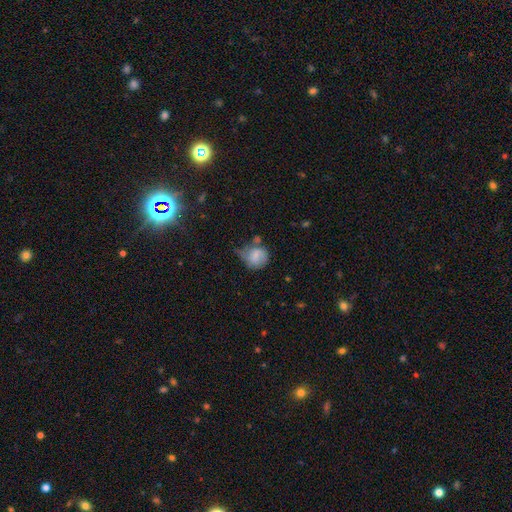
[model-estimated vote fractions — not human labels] Overall: smooth (63%; featured or disk 28%). How rounded: round (73%). Merging: minor disturbance (36%; none 35%).